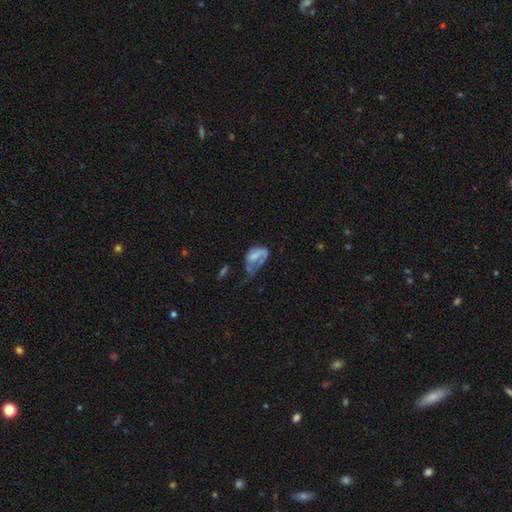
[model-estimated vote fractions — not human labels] This appears to be a smooth galaxy with no disk features (49%). Merging: major disturbance (52%).